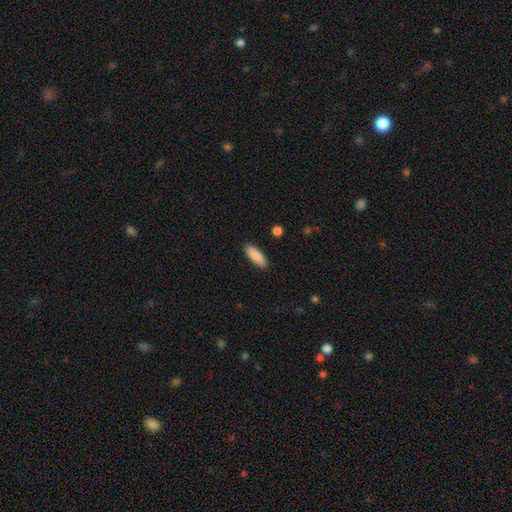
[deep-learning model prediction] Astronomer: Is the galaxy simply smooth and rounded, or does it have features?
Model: smooth — 86%.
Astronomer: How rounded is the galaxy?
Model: in between — 55% (runner-up: cigar-shaped, 43%).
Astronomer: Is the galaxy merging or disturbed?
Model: none — 89%.